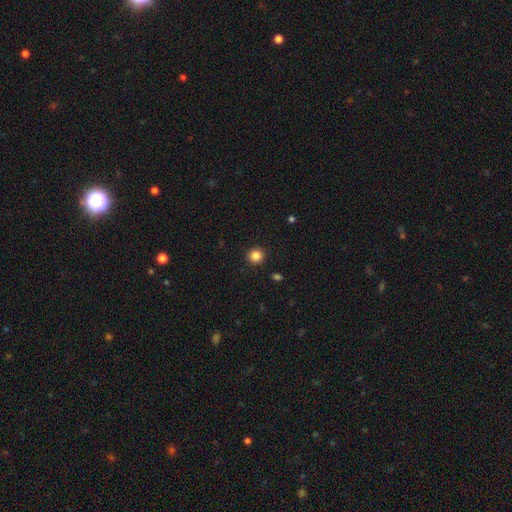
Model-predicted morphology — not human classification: This appears to be a smooth galaxy with no disk features (85%) that is round (93%). Merging: none (92%).